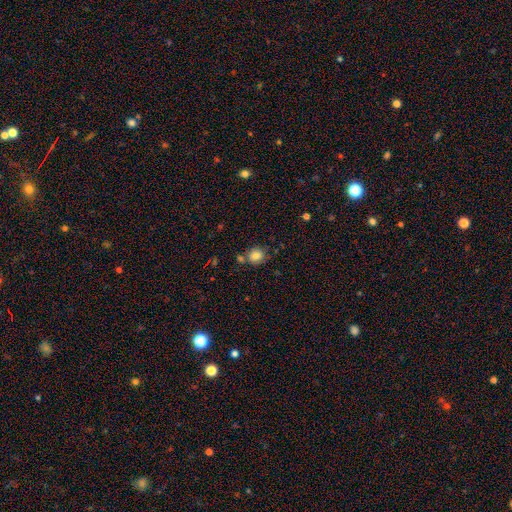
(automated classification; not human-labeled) smooth_or_featured: smooth (p=0.81) [alt: star or artifact p=0.11]
how_rounded: round (p=0.81) [alt: in between p=0.18]
merging: none (p=0.69) [alt: minor disturbance p=0.14]